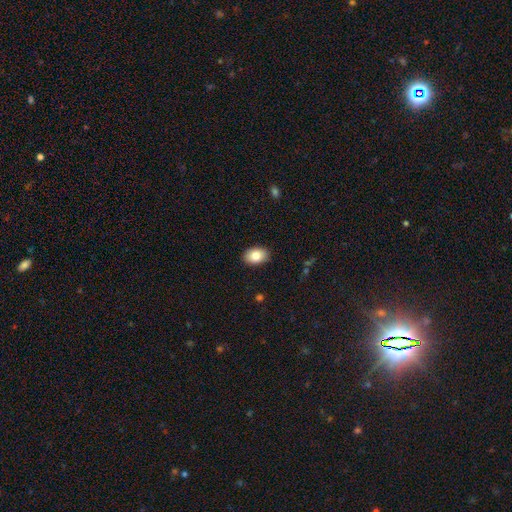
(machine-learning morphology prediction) Smooth or featured: smooth — 83% (featured or disk — 9%)
How rounded: in between — 84% (round — 14%)
Merging: none — 89% (minor disturbance — 8%)